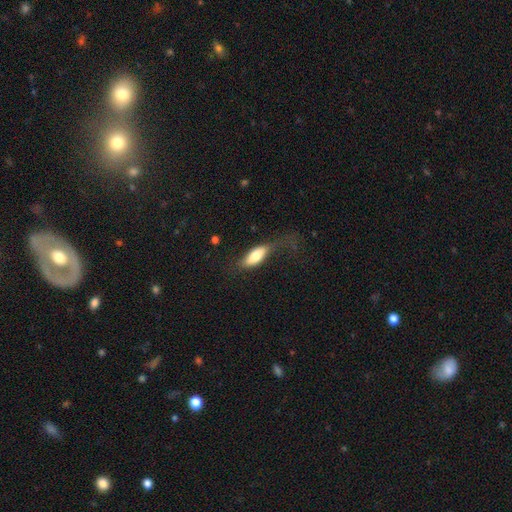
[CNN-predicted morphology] smooth_or_featured: smooth (p=0.76) [alt: featured or disk p=0.18]
how_rounded: in between (p=0.77) [alt: cigar-shaped p=0.20]
merging: none (p=0.39) [alt: major disturbance p=0.31]